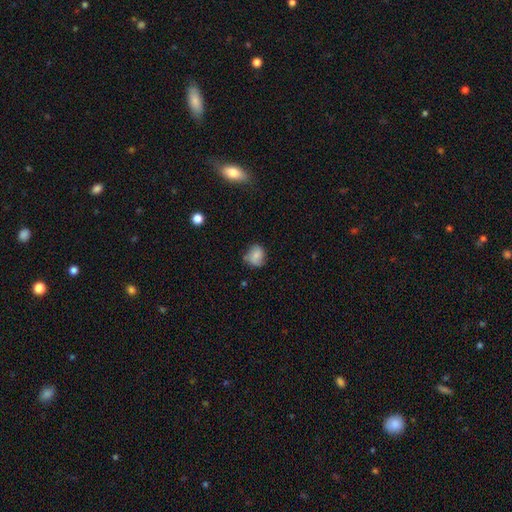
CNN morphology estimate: type=smooth (75%); roundness=round (68%); merging=none (60%).